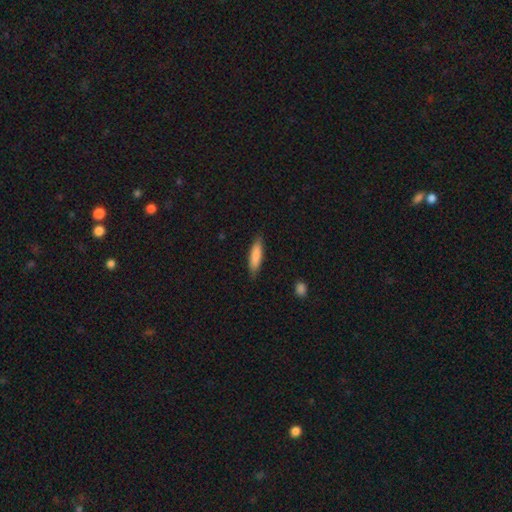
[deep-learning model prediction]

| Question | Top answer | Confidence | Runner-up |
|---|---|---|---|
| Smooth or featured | smooth | 85% | featured or disk (10%) |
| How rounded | cigar-shaped | 70% | in between (29%) |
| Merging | none | 85% | minor disturbance (11%) |